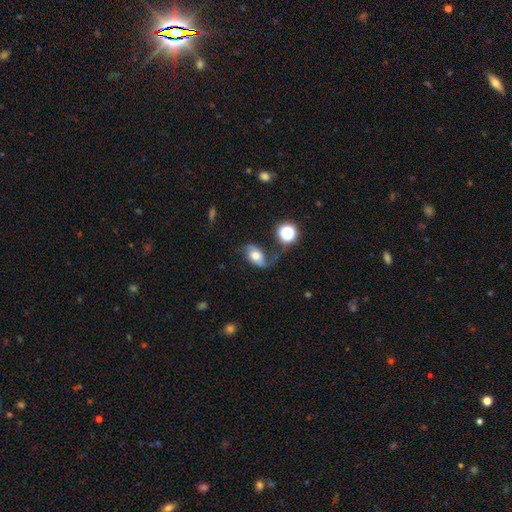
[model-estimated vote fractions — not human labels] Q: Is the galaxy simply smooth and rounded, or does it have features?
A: featured or disk — 63%.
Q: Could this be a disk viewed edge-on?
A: no — 95%.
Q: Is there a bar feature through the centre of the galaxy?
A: no — 63%.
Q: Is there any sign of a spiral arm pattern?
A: yes — 88%.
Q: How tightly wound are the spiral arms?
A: loose — 71%.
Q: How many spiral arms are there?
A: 2 — 86%.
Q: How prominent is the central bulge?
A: moderate — 61%.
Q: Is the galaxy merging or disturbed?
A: none — 56%.